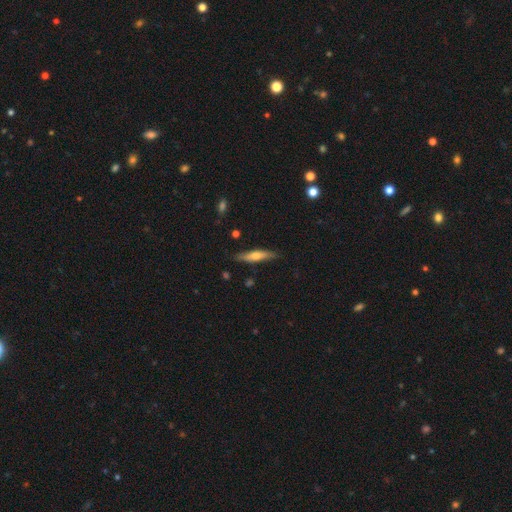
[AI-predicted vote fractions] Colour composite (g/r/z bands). It shows a smooth galaxy with no disk features (49%). Merging: none (84%).